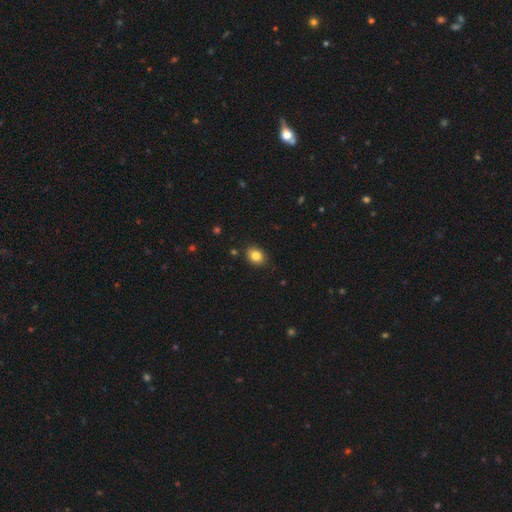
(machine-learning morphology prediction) This is clearly a smooth galaxy (83%). How rounded: possibly in between (52%). Merging: clearly none (85%).